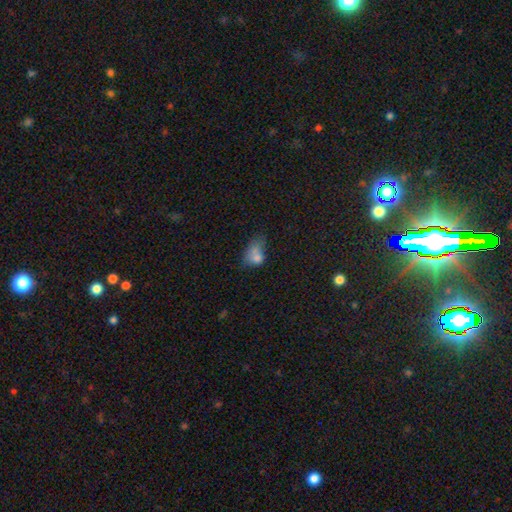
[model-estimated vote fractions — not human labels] A smooth galaxy with no disk features (72%) that is in between round and cigar-shaped (71%).

Vote fractions:
- Smooth or featured? smooth: 72% / featured or disk: 15% / star or artifact: 13%
- How rounded? in between: 71% / round: 27% / cigar-shaped: 2%
- Merging? merger: 31% / minor disturbance: 24% / major disturbance: 23% / none: 22%